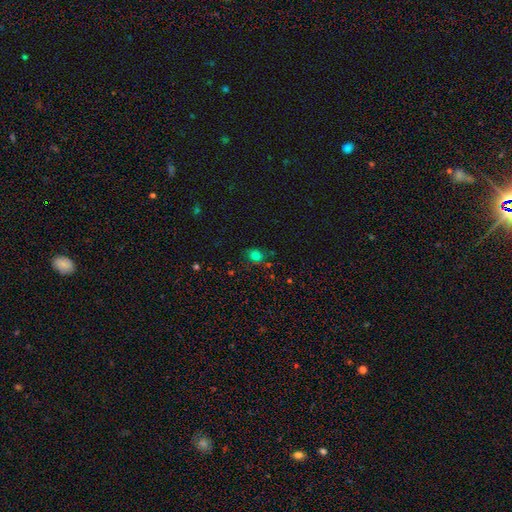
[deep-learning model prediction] smooth_or_featured: smooth (p=0.72) [alt: star or artifact p=0.20]
how_rounded: round (p=0.62) [alt: in between p=0.37]
merging: none (p=0.69) [alt: minor disturbance p=0.19]